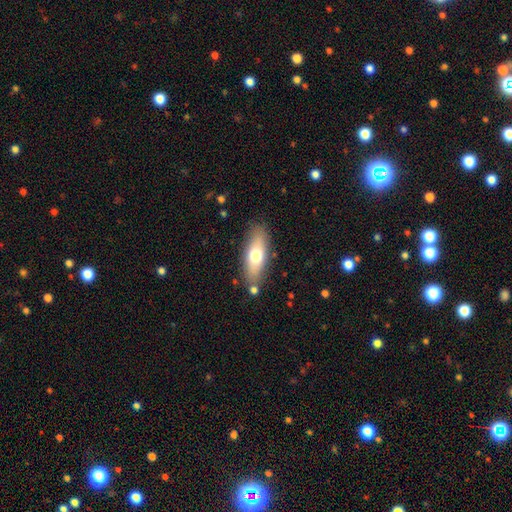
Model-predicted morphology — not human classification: Q: Smooth or featured?
A: smooth (65%); runner-up: featured or disk (28%)
Q: How rounded?
A: in between (66%); runner-up: cigar-shaped (31%)
Q: Merging?
A: none (81%); runner-up: minor disturbance (12%)